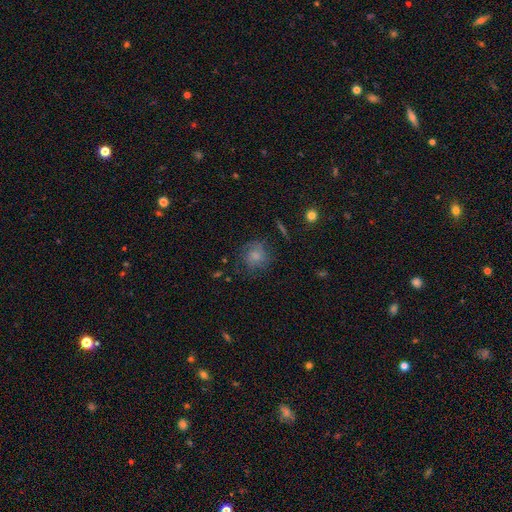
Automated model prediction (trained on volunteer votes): The model was most divided on "merging": none: 65%, minor disturbance: 21%, major disturbance: 12%, merger: 2%. More confident: how rounded — round (82%); smooth or featured — smooth (67%).